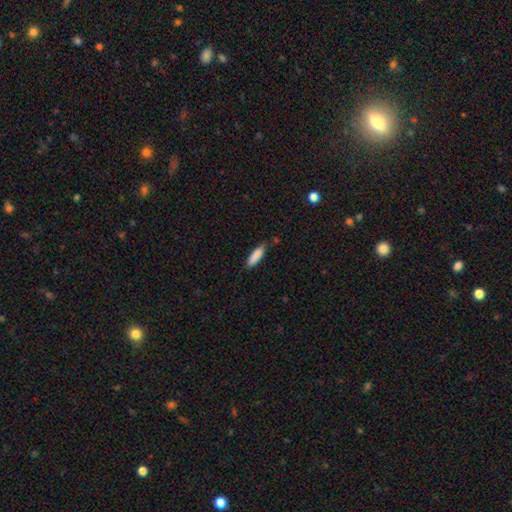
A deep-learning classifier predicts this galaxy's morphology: Overall: smooth (87%). How rounded: cigar-shaped (56%; in between 43%). Merging: none (77%).